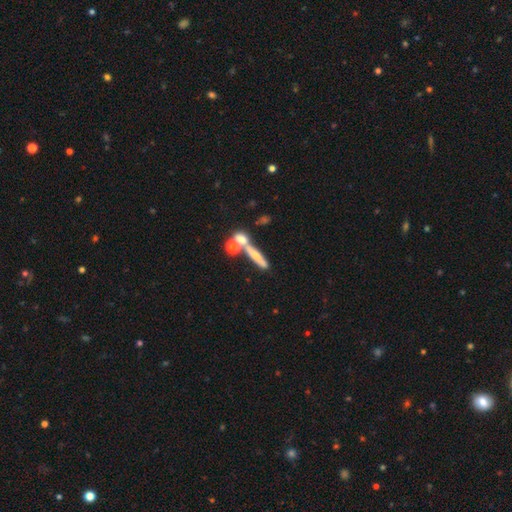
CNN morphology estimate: A smooth galaxy with no disk features (54%) that is cigar-shaped (64%).

Vote fractions:
- Smooth or featured? smooth: 54% / featured or disk: 33% / star or artifact: 14%
- How rounded? cigar-shaped: 64% / in between: 19% / round: 17%
- Merging? none: 47% / merger: 33% / minor disturbance: 12% / major disturbance: 9%